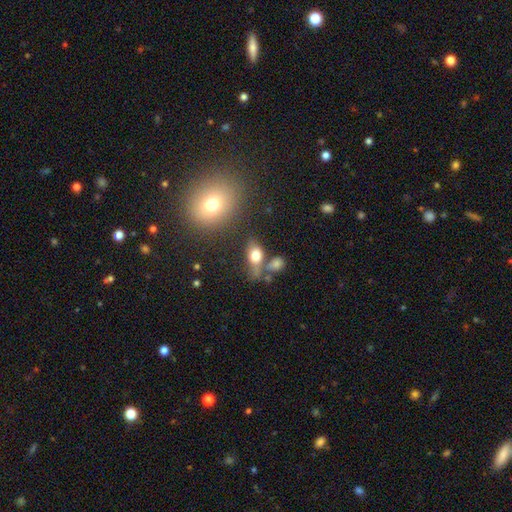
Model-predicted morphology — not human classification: The model was most divided on "merging": none: 47%, merger: 24%, minor disturbance: 18%, major disturbance: 11%. More confident: how rounded — in between (79%); smooth or featured — smooth (74%).